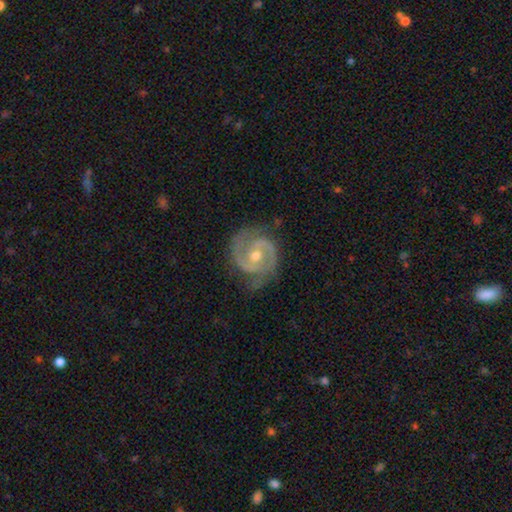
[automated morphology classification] Smooth or featured?
  - featured or disk: 91% *
  - smooth: 4%
  - star or artifact: 4%
Edge-on disk?
  - no: 98% *
  - yes: 2%
Bar?
  - no: 48% *
  - weak: 38%
  - strong: 14%
Spiral arms?
  - yes: 98% *
  - no: 2%
Spiral winding?
  - tight: 47% *
  - medium: 46%
  - loose: 7%
Spiral arm count?
  - 2: 91% *
  - 3: 3%
  - can't tell: 3%
  - 1: 1%
  - 4: 1%
  - more than 4: 1%
Bulge size?
  - moderate: 62% *
  - small: 35%
  - large: 2%
  - none: 1%
  - dominant: 1%
Merging?
  - none: 76% *
  - minor disturbance: 18%
  - major disturbance: 5%
  - merger: 1%